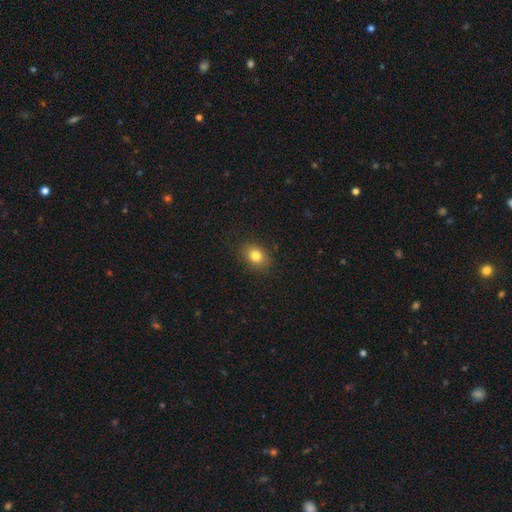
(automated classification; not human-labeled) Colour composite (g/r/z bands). It shows a smooth galaxy with no disk features (81%) that is in between round and cigar-shaped (63%). Merging: none (87%).